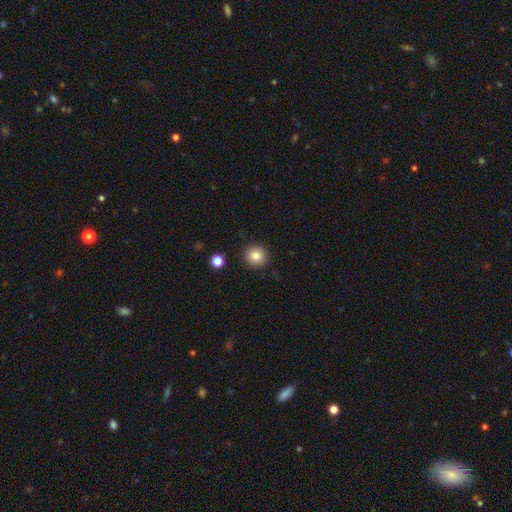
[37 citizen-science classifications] Smooth or featured: smooth — 92% (featured or disk — 5%)
How rounded: round — 97% (in between — 3%)
Merging: none — 86% (minor disturbance — 6%)